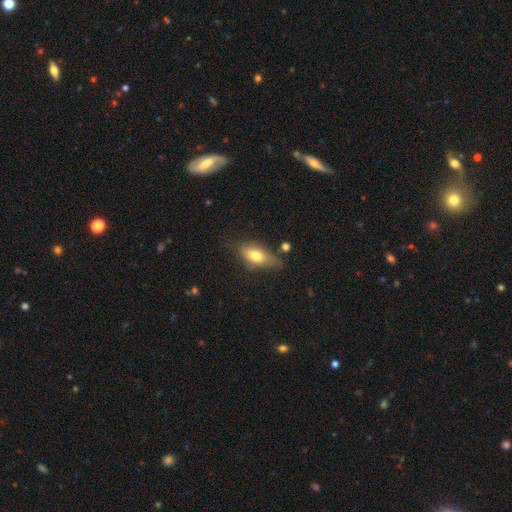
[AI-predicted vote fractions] Smooth or featured? smooth (68%)
How rounded? in between (81%)
Merging? none (58%)